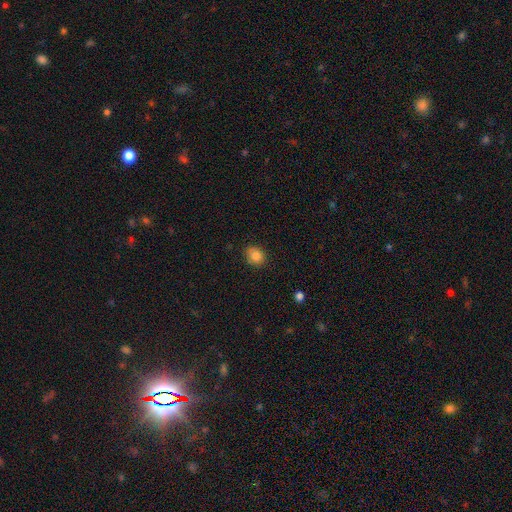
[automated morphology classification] type=smooth (84%); roundness=round (59%); merging=none (80%).